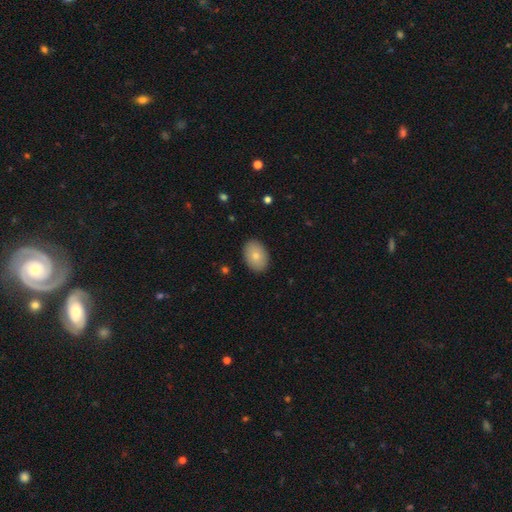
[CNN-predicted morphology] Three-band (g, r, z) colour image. It shows a smooth galaxy with no disk features (80%) that is in between round and cigar-shaped (86%). Merging: none (89%).